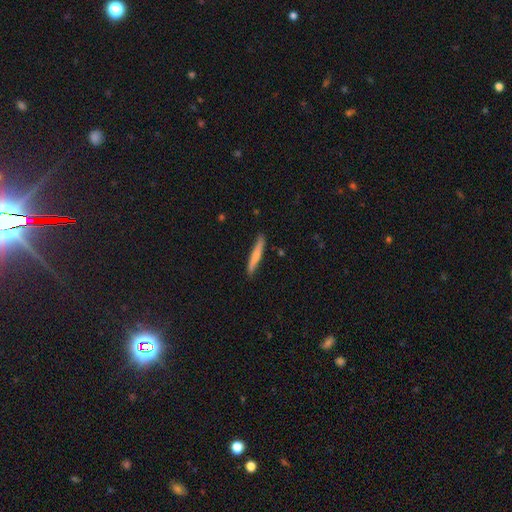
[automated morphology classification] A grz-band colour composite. It shows a smooth galaxy with no disk features (66%) that is cigar-shaped (94%). Merging: none (86%).